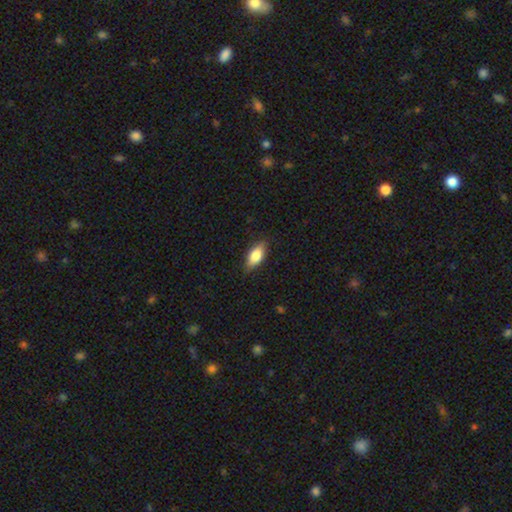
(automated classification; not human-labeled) smooth 76%, featured or disk 17%, star or artifact 7%. Down the decision tree: how rounded — in between (82%); merging — none (82%).